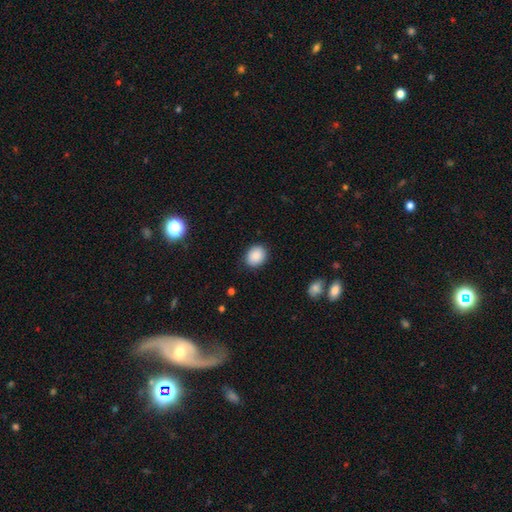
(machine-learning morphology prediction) A smooth galaxy with no disk features (89%) that is round (54%).

Vote fractions:
- Smooth or featured? smooth: 89% / star or artifact: 8% / featured or disk: 3%
- How rounded? round: 54% / in between: 45% / cigar-shaped: 1%
- Merging? none: 88% / minor disturbance: 9% / major disturbance: 2% / merger: 1%